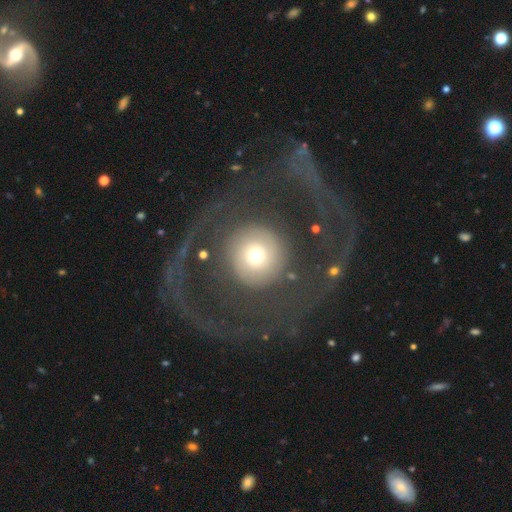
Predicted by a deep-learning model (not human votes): The model was most divided on "smooth or featured": featured or disk: 46%, smooth: 43%, star or artifact: 11%. More confident: merging — none (56%).